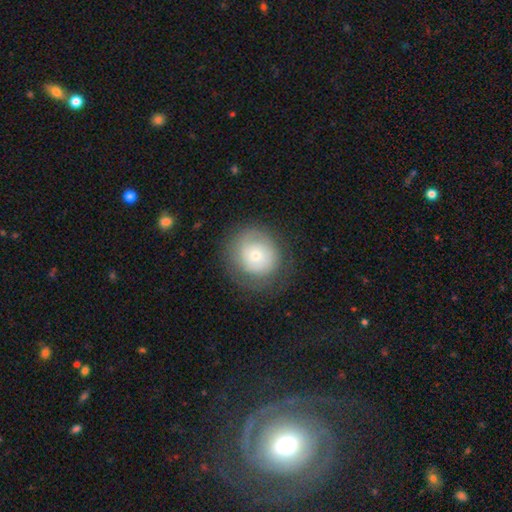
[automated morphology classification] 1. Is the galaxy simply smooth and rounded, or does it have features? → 53% smooth, 39% featured or disk, 8% star or artifact.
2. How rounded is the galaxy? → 84% round, 15% in between, 1% cigar-shaped.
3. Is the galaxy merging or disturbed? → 74% none, 16% minor disturbance, 9% major disturbance, 1% merger.